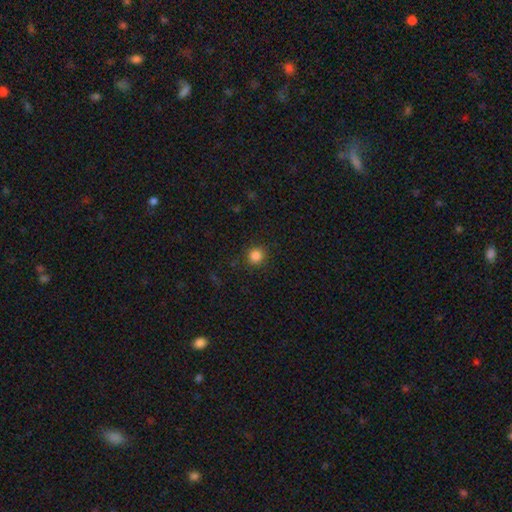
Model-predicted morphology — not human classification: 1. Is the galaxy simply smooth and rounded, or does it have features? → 85% smooth, 11% star or artifact, 3% featured or disk.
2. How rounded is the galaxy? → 92% round, 7% in between, 1% cigar-shaped.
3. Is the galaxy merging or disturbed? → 89% none, 7% minor disturbance, 3% major disturbance, 1% merger.